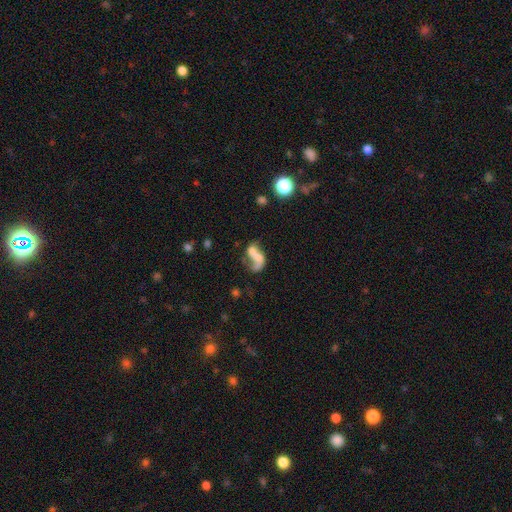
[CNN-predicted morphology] Smooth or featured? Predicted: featured or disk (p=0.50). Merging? Predicted: merger (p=0.42).